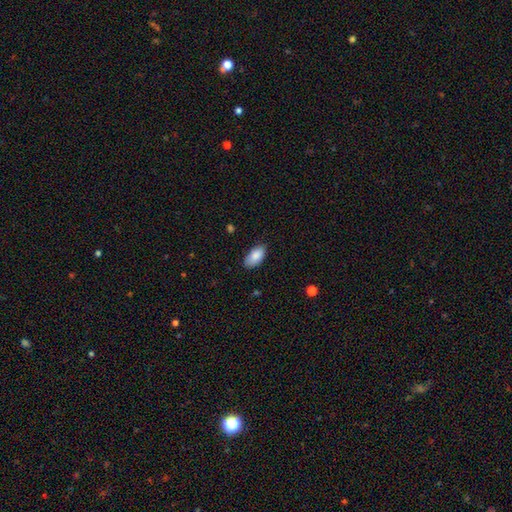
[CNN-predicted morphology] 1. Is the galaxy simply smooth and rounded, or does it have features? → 87% smooth, 7% star or artifact, 7% featured or disk.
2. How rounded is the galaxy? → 94% in between, 3% cigar-shaped, 2% round.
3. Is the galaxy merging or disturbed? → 81% none, 15% minor disturbance, 2% major disturbance, 1% merger.